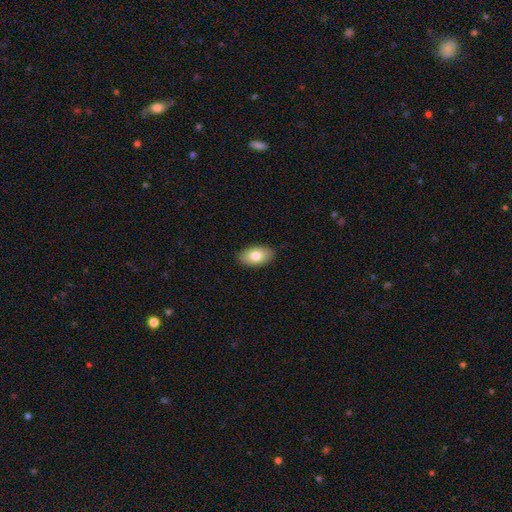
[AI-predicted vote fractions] Q: Smooth or featured?
A: smooth (80%); runner-up: featured or disk (14%)
Q: How rounded?
A: in between (93%); runner-up: round (5%)
Q: Merging?
A: none (88%); runner-up: minor disturbance (9%)